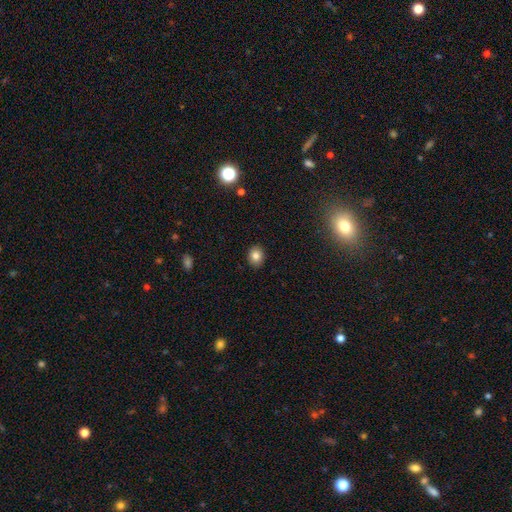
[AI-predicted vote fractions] Smooth or featured? smooth (82%)
How rounded? round (68%)
Merging? none (90%)